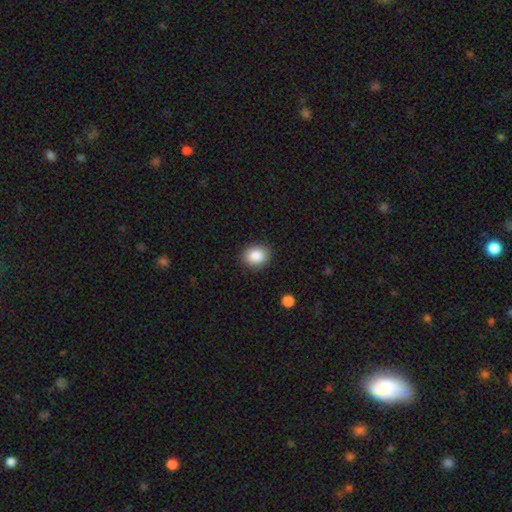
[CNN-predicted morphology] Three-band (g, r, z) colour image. It shows a smooth galaxy with no disk features (87%) that is round (55%). Merging: none (89%).